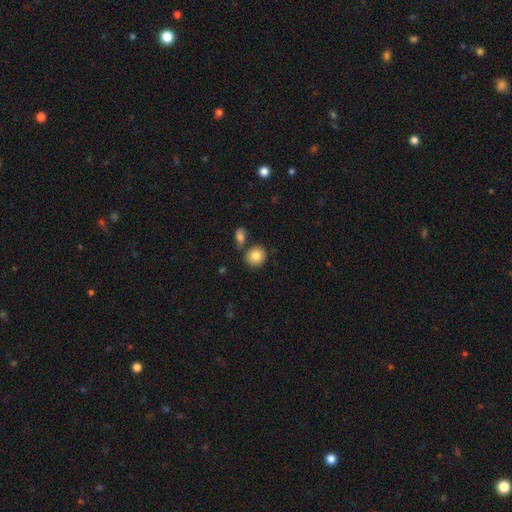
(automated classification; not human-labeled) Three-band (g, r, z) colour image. It shows a smooth galaxy with no disk features (84%) that is round (74%). Merging: none (75%).